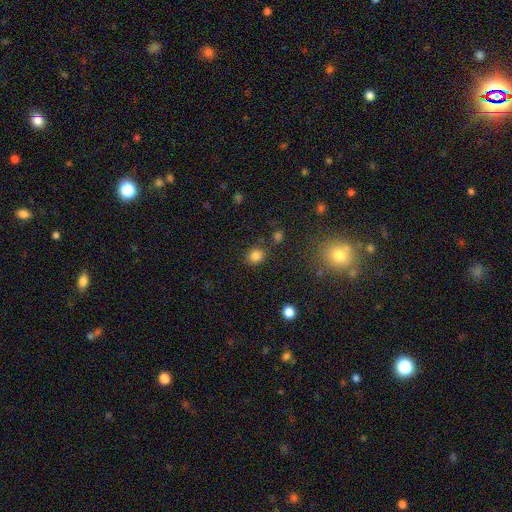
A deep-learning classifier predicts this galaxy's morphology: smooth 82%, star or artifact 14%, featured or disk 5%. Down the decision tree: how rounded — round (70%); merging — none (79%).